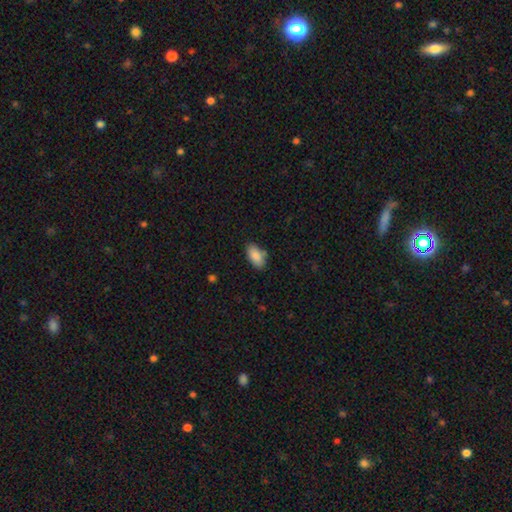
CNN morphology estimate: smooth_or_featured: smooth (p=0.88) [alt: star or artifact p=0.07]
how_rounded: in between (p=0.93) [alt: cigar-shaped p=0.04]
merging: none (p=0.76) [alt: minor disturbance p=0.17]